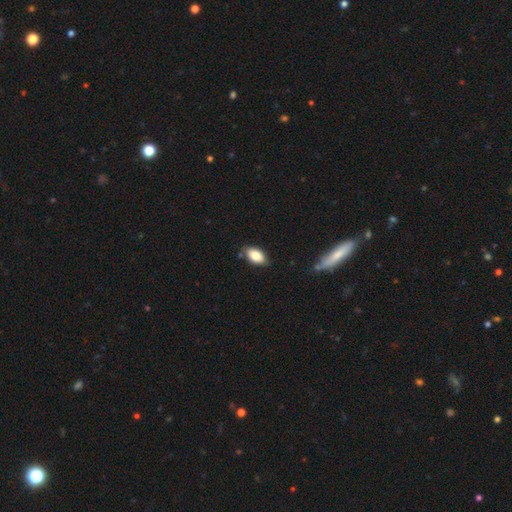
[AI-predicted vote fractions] smooth 84%, featured or disk 9%, star or artifact 7%. Down the decision tree: how rounded — in between (93%); merging — none (77%).